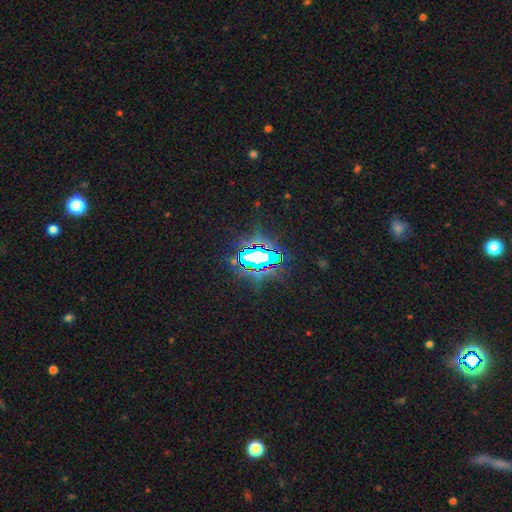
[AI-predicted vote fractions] Morphology: type=star or artifact (75%).